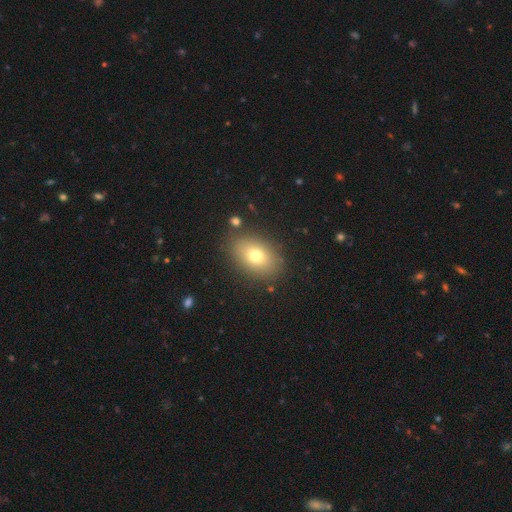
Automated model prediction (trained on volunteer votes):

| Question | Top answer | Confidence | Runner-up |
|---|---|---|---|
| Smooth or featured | smooth | 74% | featured or disk (15%) |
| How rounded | in between | 79% | round (19%) |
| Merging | none | 85% | minor disturbance (10%) |